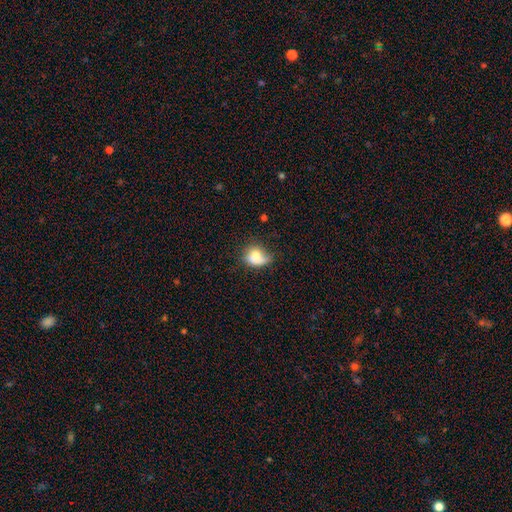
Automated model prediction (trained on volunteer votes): Smooth or featured: smooth — 69% (featured or disk — 22%)
How rounded: in between — 54% (round — 44%)
Merging: minor disturbance — 36% (tied with none — 36%)